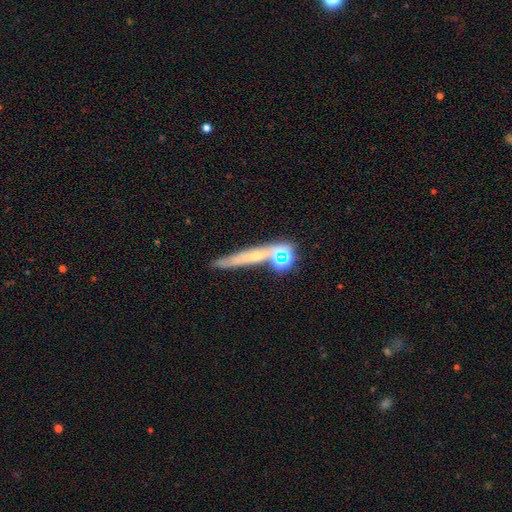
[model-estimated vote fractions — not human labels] This appears to be a featured or disk galaxy (42%). Merging: none (62%).